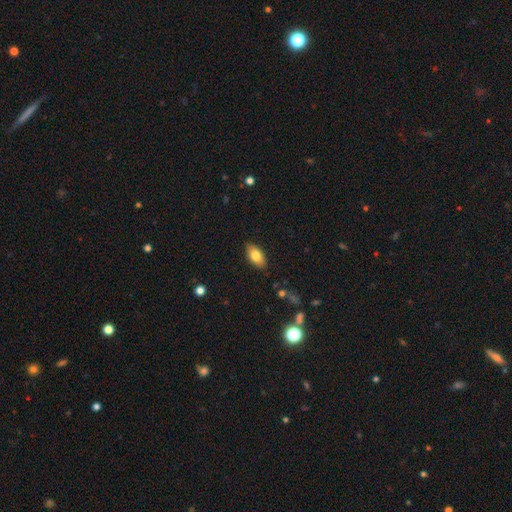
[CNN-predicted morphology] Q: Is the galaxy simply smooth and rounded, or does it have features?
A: smooth — 79%.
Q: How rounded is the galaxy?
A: in between — 91%.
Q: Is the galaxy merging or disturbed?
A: none — 87%.